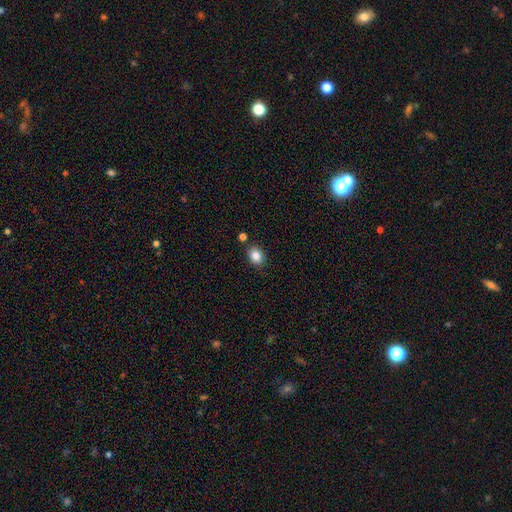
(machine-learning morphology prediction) smooth-or-featured: smooth: 85% | star or artifact: 9% | featured or disk: 6%
  how-rounded: in between: 57% | round: 42% | cigar-shaped: 1%
  merging: none: 82% | minor disturbance: 10% | merger: 5% | major disturbance: 3%